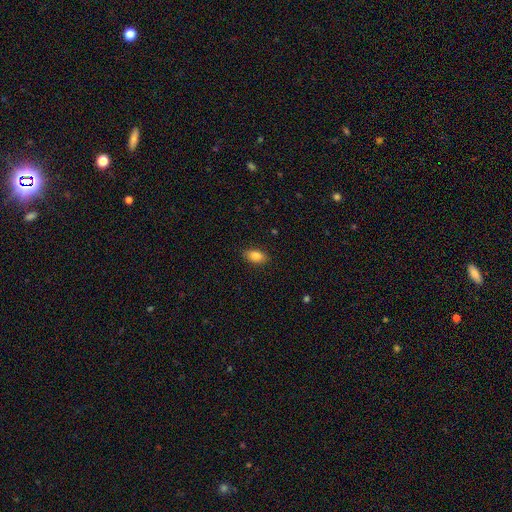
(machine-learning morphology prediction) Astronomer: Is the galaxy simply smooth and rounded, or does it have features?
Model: smooth — 84%.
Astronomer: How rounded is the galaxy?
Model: in between — 90%.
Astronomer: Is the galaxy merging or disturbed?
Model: none — 87%.